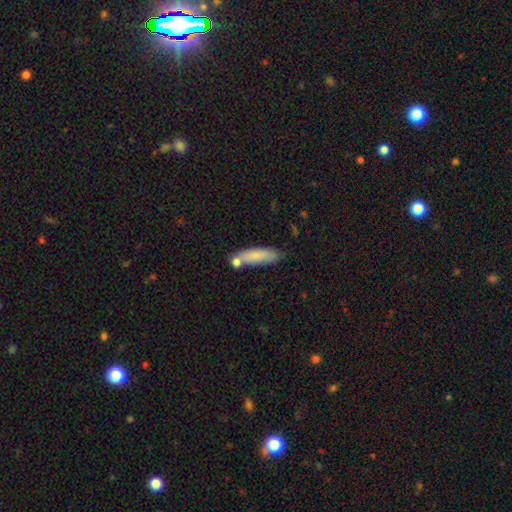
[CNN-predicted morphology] Overall: smooth (81%). How rounded: cigar-shaped (64%; in between 34%). Merging: none (62%).